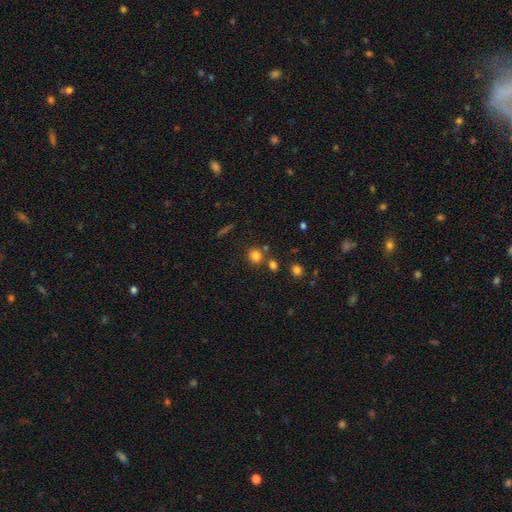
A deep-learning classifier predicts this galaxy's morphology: Smooth or featured? Predicted: smooth (p=0.80). How rounded? Predicted: round (p=0.85). Merging? Predicted: none (p=0.74).